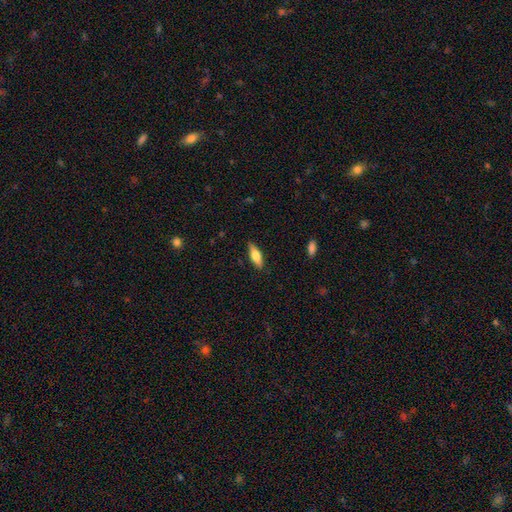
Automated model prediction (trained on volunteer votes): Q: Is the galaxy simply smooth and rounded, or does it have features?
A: smooth — 66%.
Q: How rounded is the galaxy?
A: in between — 61%.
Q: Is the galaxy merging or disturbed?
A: none — 85%.